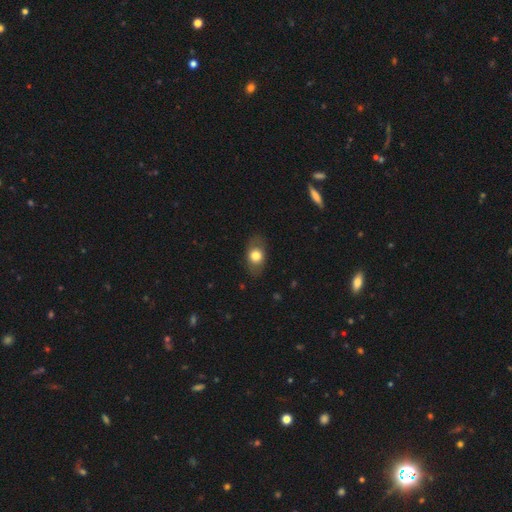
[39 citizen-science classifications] smooth-or-featured: smooth: 79% | featured or disk: 15% | star or artifact: 5%
  how-rounded: in between: 77% | round: 16% | cigar-shaped: 6%
  merging: none: 78% | minor disturbance: 14% | major disturbance: 8% | merger: 0%